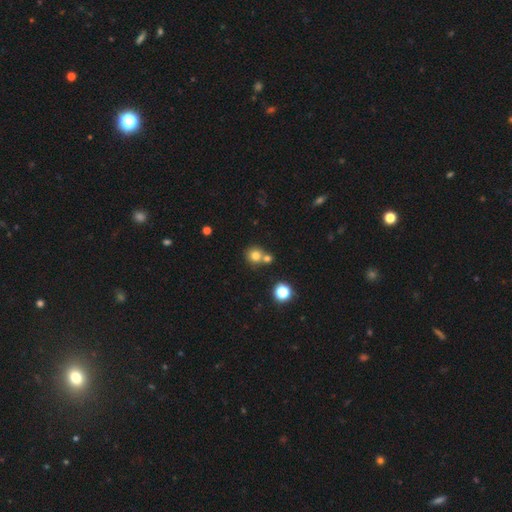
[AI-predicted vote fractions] Morphology: type=smooth (76%); roundness=round (88%); merging=none (55%).